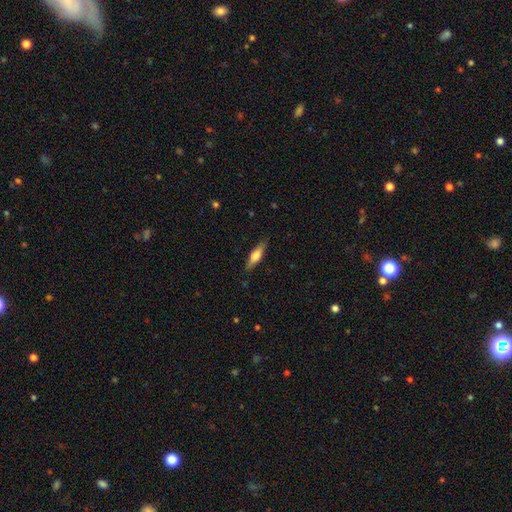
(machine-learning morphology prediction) smooth-or-featured: smooth: 55% | featured or disk: 39% | star or artifact: 6%
  how-rounded: cigar-shaped: 66% | in between: 32% | round: 2%
  merging: none: 85% | minor disturbance: 12% | major disturbance: 2% | merger: 1%